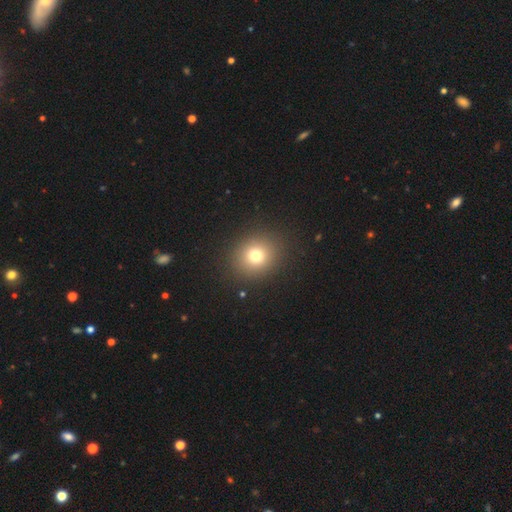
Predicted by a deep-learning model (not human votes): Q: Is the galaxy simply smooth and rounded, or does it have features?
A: smooth — 76%.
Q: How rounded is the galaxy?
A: round — 76%.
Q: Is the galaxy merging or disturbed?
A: none — 89%.